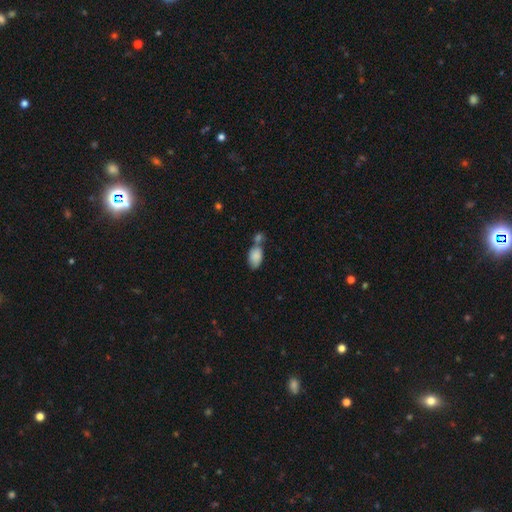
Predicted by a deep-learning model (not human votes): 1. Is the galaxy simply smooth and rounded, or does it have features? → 85% smooth, 8% featured or disk, 7% star or artifact.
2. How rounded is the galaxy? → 92% in between, 7% round, 2% cigar-shaped.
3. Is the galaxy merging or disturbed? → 45% merger, 35% none, 14% minor disturbance, 6% major disturbance.